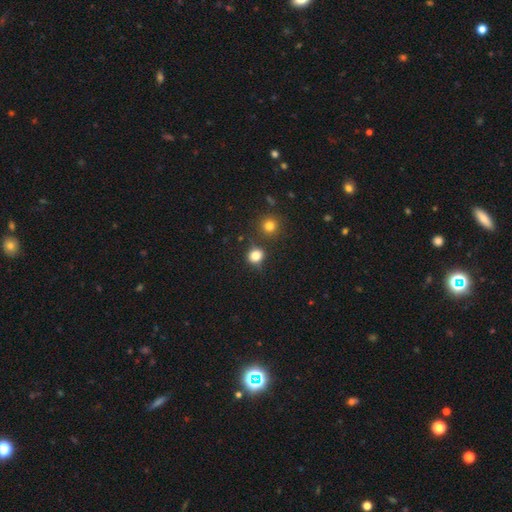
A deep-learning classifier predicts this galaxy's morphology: Smooth or featured? Predicted: smooth (p=0.81). How rounded? Predicted: round (p=0.80). Merging? Predicted: none (p=0.74).